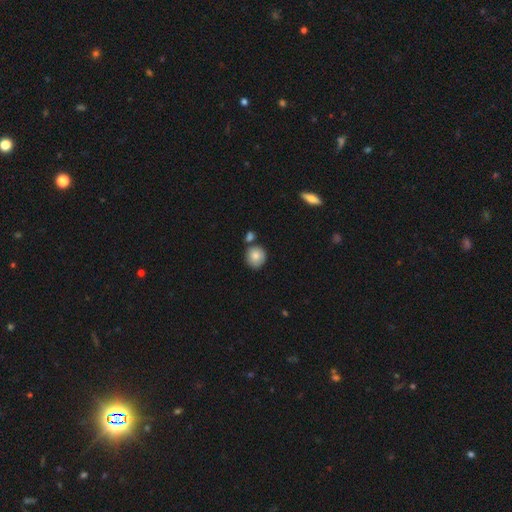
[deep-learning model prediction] Q: Smooth or featured?
A: smooth (81%); runner-up: featured or disk (10%)
Q: How rounded?
A: round (87%); runner-up: in between (12%)
Q: Merging?
A: none (70%); runner-up: merger (16%)